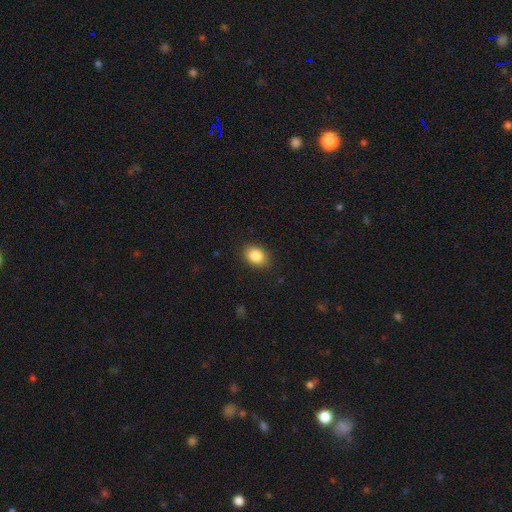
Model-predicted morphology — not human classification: Smooth or featured: smooth — 86% (star or artifact — 9%)
How rounded: in between — 67% (round — 32%)
Merging: none — 86% (minor disturbance — 10%)